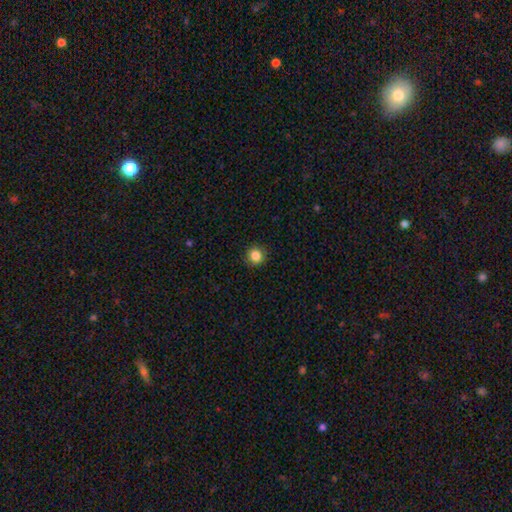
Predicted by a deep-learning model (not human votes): smooth-or-featured: smooth: 84% | star or artifact: 11% | featured or disk: 5%
  how-rounded: round: 92% | in between: 7% | cigar-shaped: 1%
  merging: none: 90% | minor disturbance: 7% | major disturbance: 2% | merger: 1%